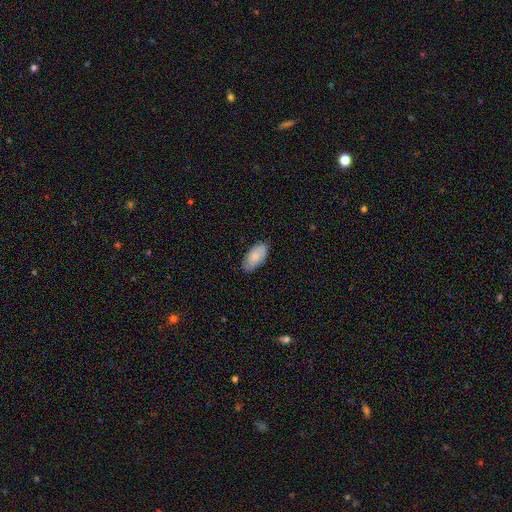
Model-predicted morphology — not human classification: Overall: smooth (81%). How rounded: in between (94%). Merging: none (80%).